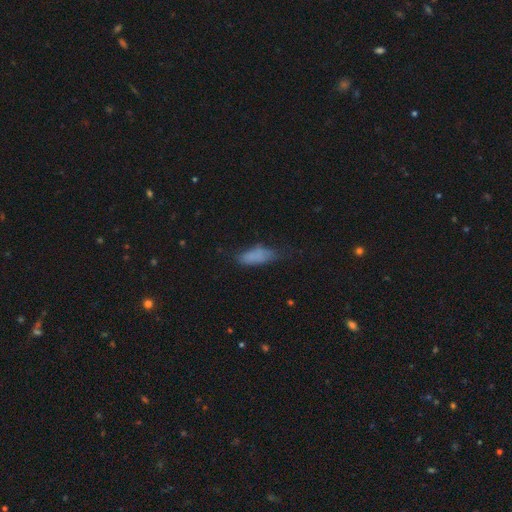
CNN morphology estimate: Q: Smooth or featured?
A: smooth (76%); runner-up: featured or disk (14%)
Q: How rounded?
A: in between (68%); runner-up: cigar-shaped (30%)
Q: Merging?
A: none (48%); runner-up: minor disturbance (32%)